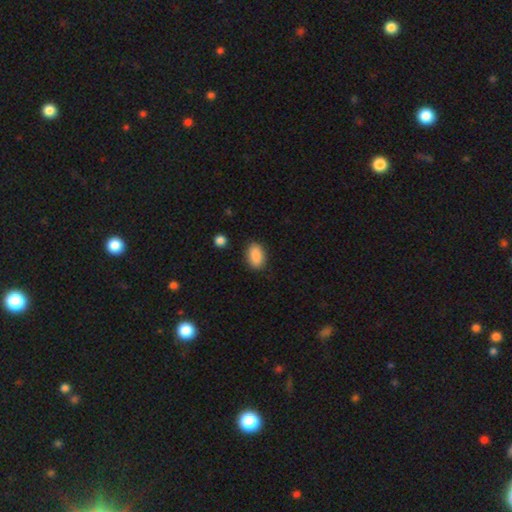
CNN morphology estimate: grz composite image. It shows a smooth galaxy with no disk features (88%) that is in between round and cigar-shaped (89%). Merging: none (84%).